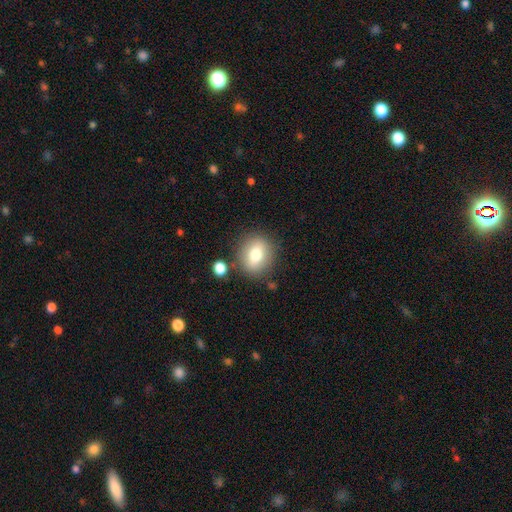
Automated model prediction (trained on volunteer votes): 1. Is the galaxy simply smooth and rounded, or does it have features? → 70% smooth, 16% featured or disk, 14% star or artifact.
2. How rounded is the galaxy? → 66% round, 33% in between, 2% cigar-shaped.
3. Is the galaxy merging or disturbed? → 86% none, 8% minor disturbance, 3% merger, 3% major disturbance.